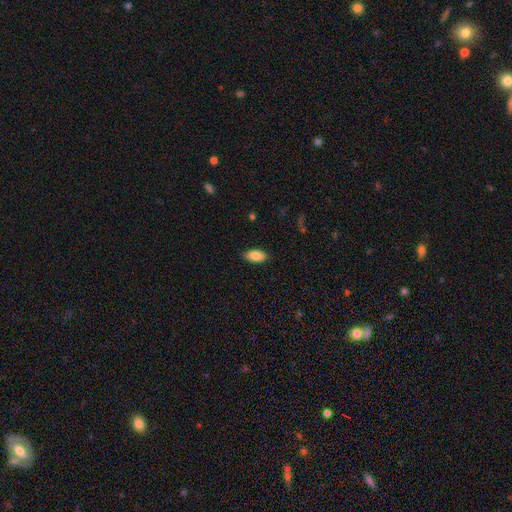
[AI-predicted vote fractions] Smooth or featured: smooth — 87% (star or artifact — 7%)
How rounded: in between — 93% (cigar-shaped — 4%)
Merging: none — 87% (minor disturbance — 9%)